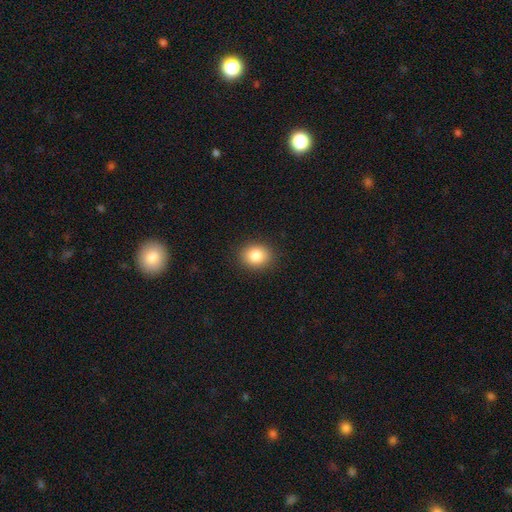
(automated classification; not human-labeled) Smooth or featured? smooth (85%)
How rounded? round (60%)
Merging? none (90%)